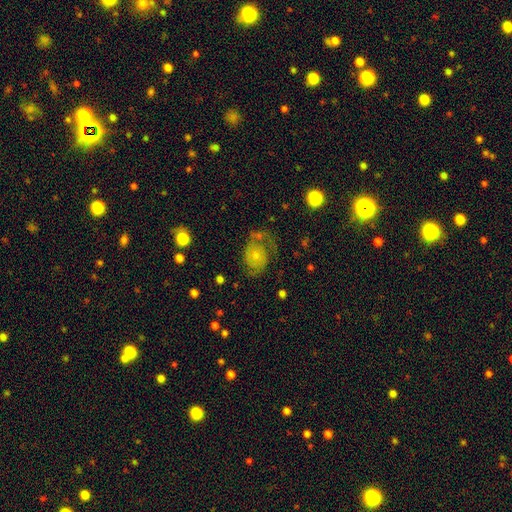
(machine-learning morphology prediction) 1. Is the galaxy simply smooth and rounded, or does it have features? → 61% featured or disk, 30% smooth, 10% star or artifact.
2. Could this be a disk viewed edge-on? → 98% no, 2% yes.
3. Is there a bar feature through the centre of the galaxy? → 77% no, 20% weak, 3% strong.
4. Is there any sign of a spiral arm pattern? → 85% yes, 15% no.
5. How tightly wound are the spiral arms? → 43% medium, 30% tight, 27% loose.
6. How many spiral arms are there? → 65% 2, 17% 1, 12% can't tell, 3% 3, 2% 4, 2% more than 4.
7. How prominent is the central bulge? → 54% small, 28% moderate, 11% none, 4% large, 2% dominant.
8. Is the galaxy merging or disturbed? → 46% none, 26% major disturbance, 22% minor disturbance, 5% merger.